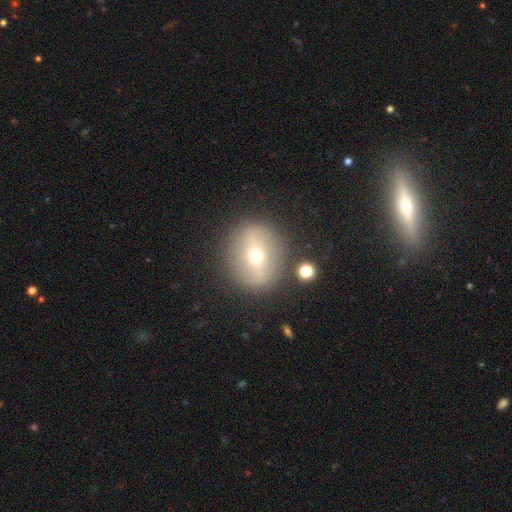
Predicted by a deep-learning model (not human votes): This appears to be a featured or disk galaxy (57%). Merging: none (85%).